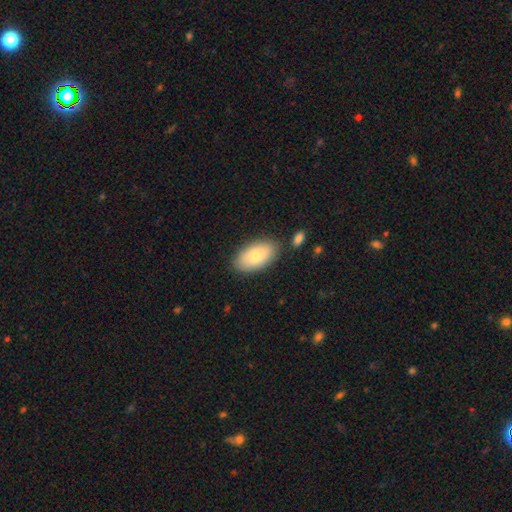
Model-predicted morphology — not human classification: A smooth galaxy with no disk features (73%) that is in between round and cigar-shaped (94%). Merging: none (80%).